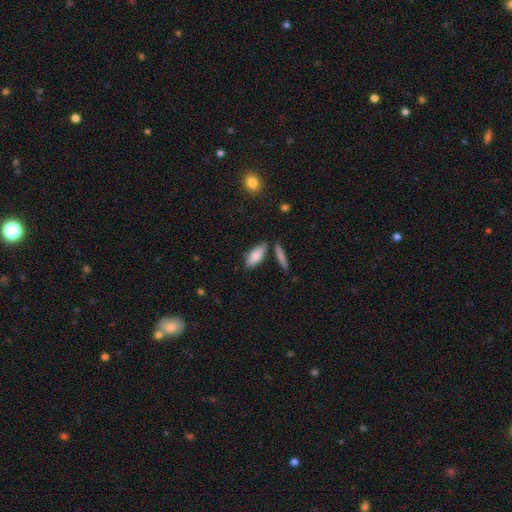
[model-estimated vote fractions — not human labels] Smooth or featured: smooth — 82% (featured or disk — 12%)
How rounded: in between — 69% (cigar-shaped — 28%)
Merging: none — 73% (minor disturbance — 14%)